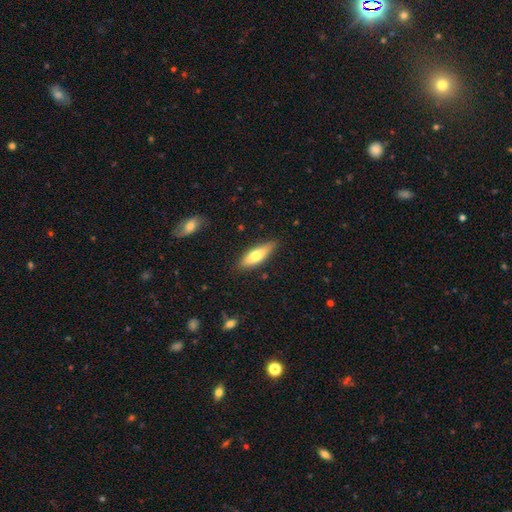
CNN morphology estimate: Smooth or featured? smooth (68%)
How rounded? cigar-shaped (50%)
Merging? none (86%)